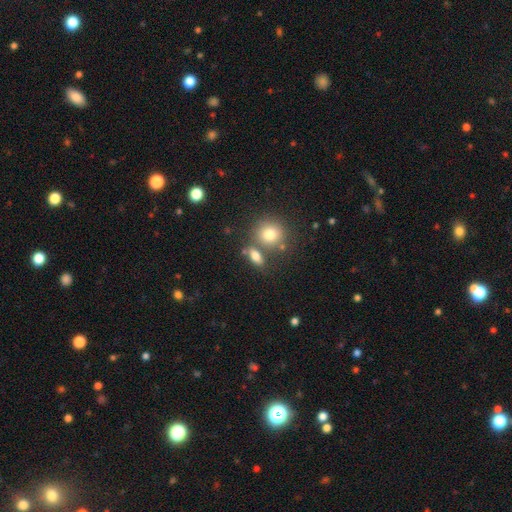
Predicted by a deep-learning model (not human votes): Morphology: type=smooth (77%); roundness=in between (66%); merging=none (61%).